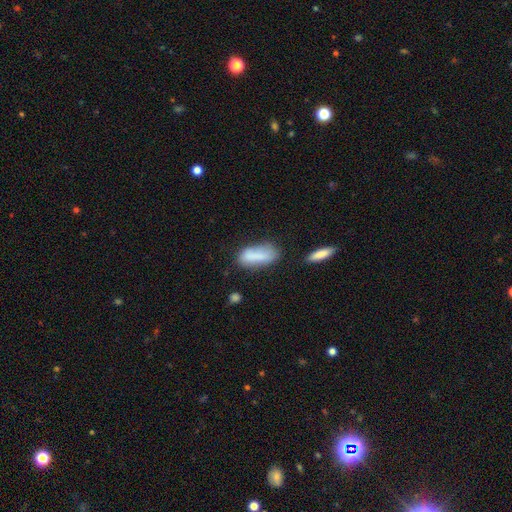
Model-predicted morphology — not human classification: This is likely a smooth galaxy (79%). How rounded: likely in between (70%). Merging: possibly none (58%).